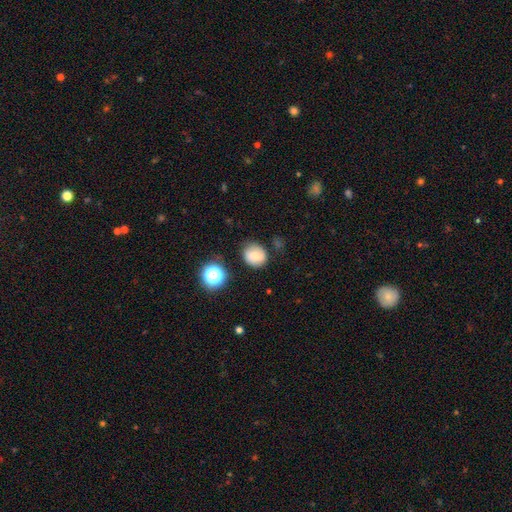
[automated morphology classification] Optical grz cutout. It shows a smooth galaxy with no disk features (61%) that is round (74%). Merging: none (74%).